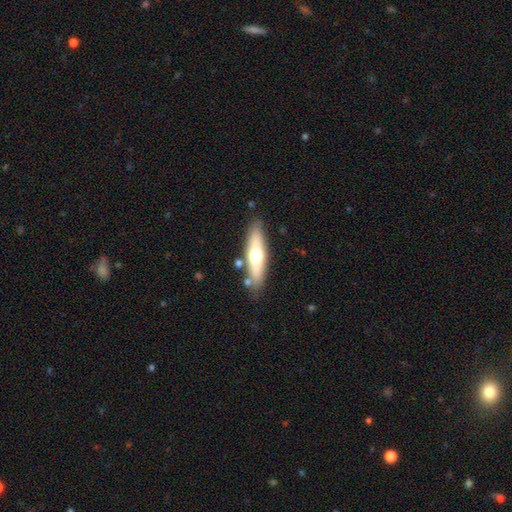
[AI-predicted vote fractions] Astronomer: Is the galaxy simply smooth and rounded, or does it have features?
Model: smooth — 50% (runner-up: featured or disk, 44%).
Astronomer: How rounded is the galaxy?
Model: cigar-shaped — 65%.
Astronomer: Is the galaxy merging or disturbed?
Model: none — 80%.